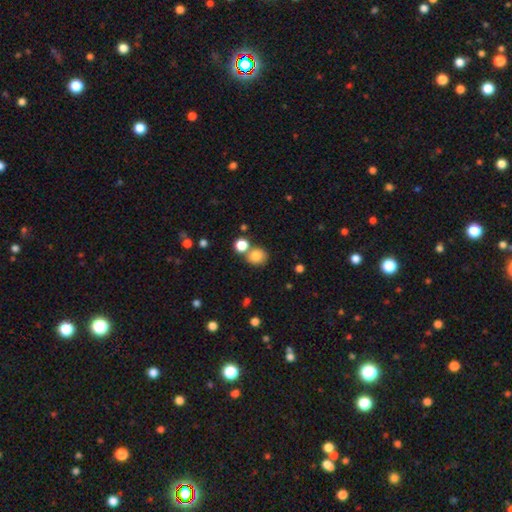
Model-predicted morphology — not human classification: The model was most divided on "merging": none: 64%, merger: 22%, minor disturbance: 11%, major disturbance: 4%. More confident: smooth or featured — smooth (82%); how rounded — round (80%).